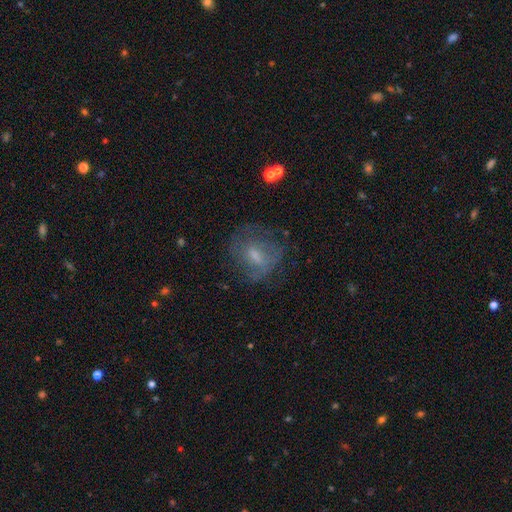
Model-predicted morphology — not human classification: Q: Smooth or featured?
A: featured or disk (45%); runner-up: smooth (42%)
Q: Merging?
A: none (56%); runner-up: minor disturbance (22%)